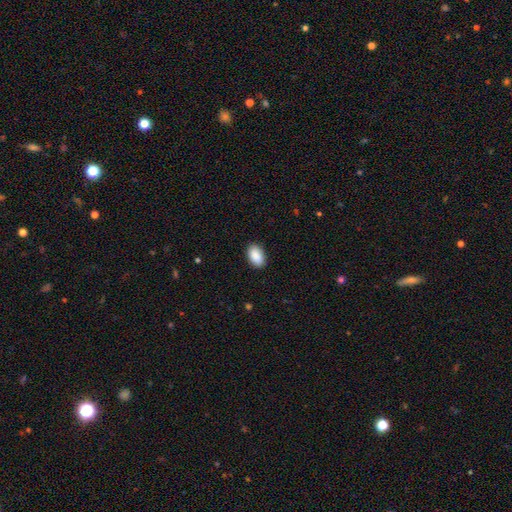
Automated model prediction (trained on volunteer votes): Morphology: type=smooth (91%); roundness=in between (93%); merging=none (89%).